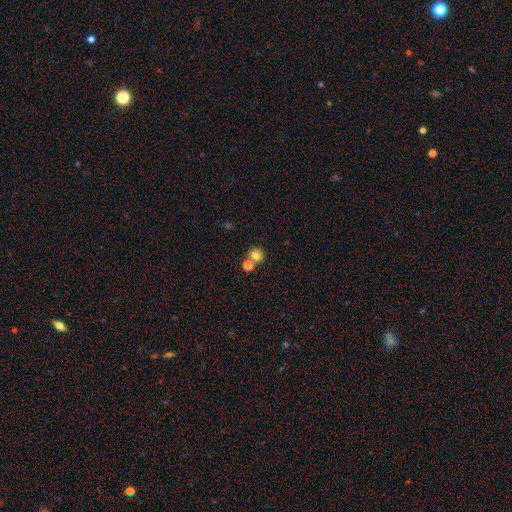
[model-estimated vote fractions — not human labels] Smooth or featured?
  - smooth: 79% *
  - star or artifact: 12%
  - featured or disk: 9%
How rounded?
  - round: 81% *
  - in between: 18%
  - cigar-shaped: 1%
Merging?
  - none: 59% *
  - merger: 30%
  - minor disturbance: 8%
  - major disturbance: 3%